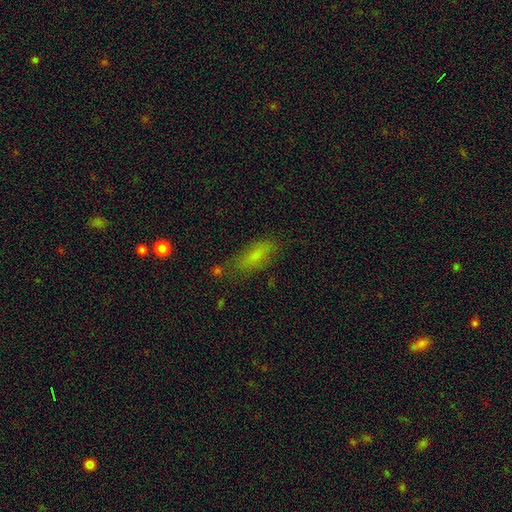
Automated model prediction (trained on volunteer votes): Smooth or featured? smooth (71%)
How rounded? in between (61%)
Merging? none (69%)